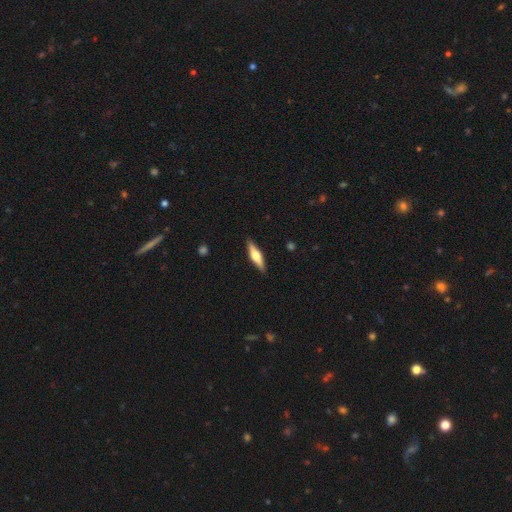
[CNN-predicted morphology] Overall: featured or disk (48%; smooth 46%). Merging: none (89%).